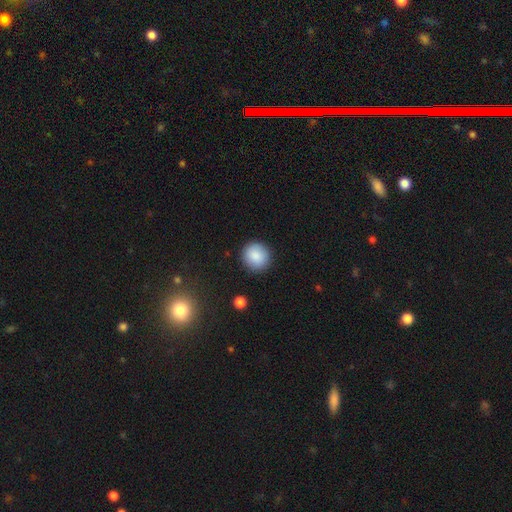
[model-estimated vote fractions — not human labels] Smooth or featured?
  - smooth: 88% *
  - star or artifact: 8%
  - featured or disk: 4%
How rounded?
  - round: 93% *
  - in between: 6%
  - cigar-shaped: 1%
Merging?
  - none: 91% *
  - minor disturbance: 6%
  - major disturbance: 2%
  - merger: 1%